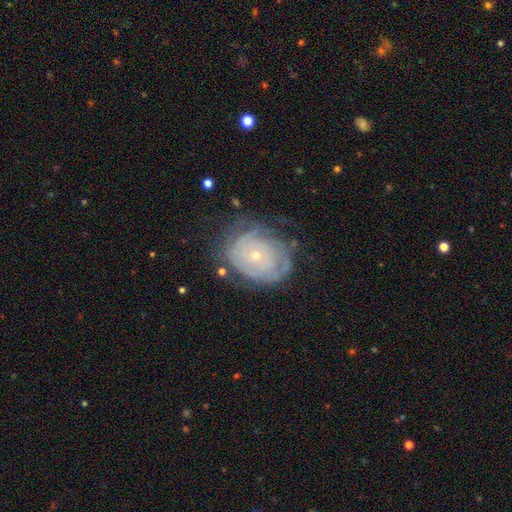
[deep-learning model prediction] Morphology: type=featured or disk (74%); edge-on=no (96%); bar=no (86%); spiral arms=yes (80%); winding=tight (80%); arm count=can't tell (57%); bulge=small (77%); merging=none (63%).